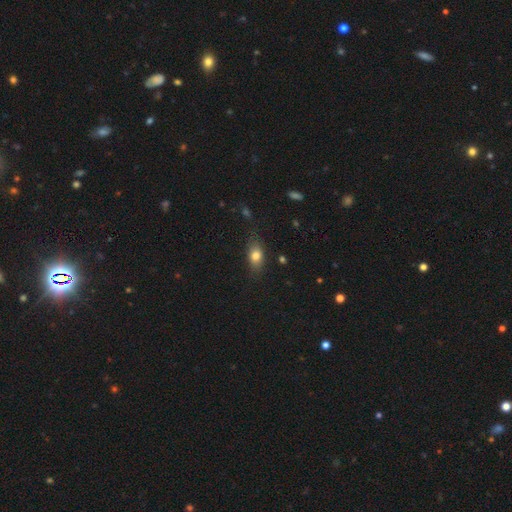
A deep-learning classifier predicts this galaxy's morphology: A smooth galaxy with no disk features (78%) that is in between round and cigar-shaped (77%).

Vote fractions:
- Smooth or featured? smooth: 78% / featured or disk: 13% / star or artifact: 10%
- How rounded? in between: 77% / round: 15% / cigar-shaped: 8%
- Merging? none: 76% / minor disturbance: 18% / major disturbance: 4% / merger: 2%